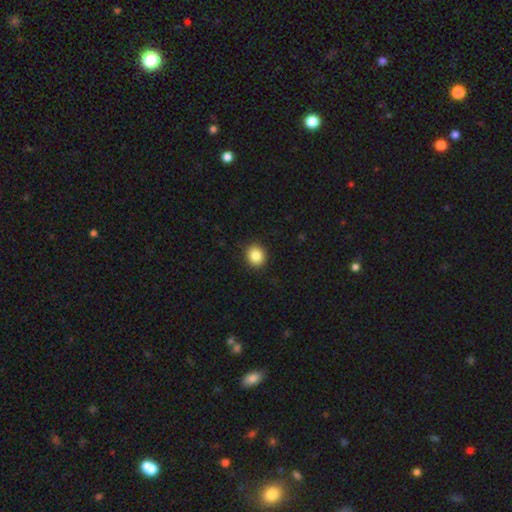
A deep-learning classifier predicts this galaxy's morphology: Overall: smooth (86%). How rounded: round (77%). Merging: none (90%).